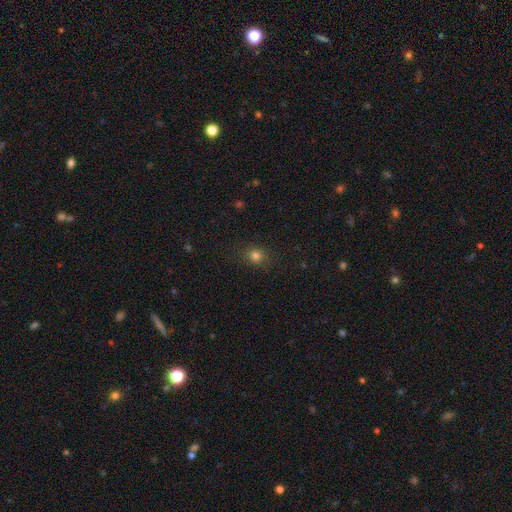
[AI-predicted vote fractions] smooth-or-featured: smooth: 79% | star or artifact: 15% | featured or disk: 6%
  how-rounded: round: 79% | in between: 20% | cigar-shaped: 1%
  merging: none: 86% | minor disturbance: 10% | major disturbance: 3% | merger: 1%